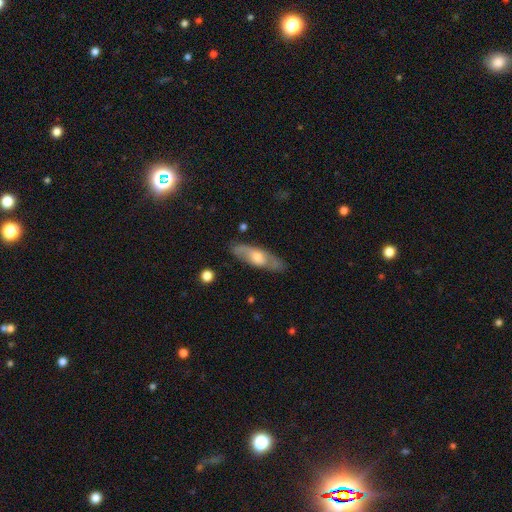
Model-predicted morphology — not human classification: This appears to be a featured or disk galaxy (58%). Merging: none (82%).